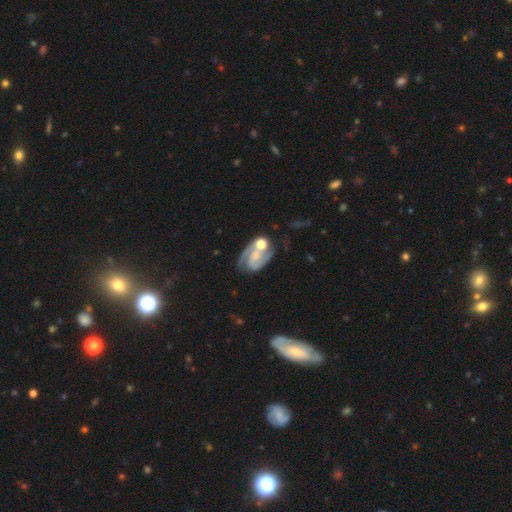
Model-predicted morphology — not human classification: A featured or disk galaxy (80%) with no bar (53%), 2 (79%) medium (47%) spiral arms (94%) and a small central bulge (45%).

Vote fractions:
- Smooth or featured? featured or disk: 80% / smooth: 13% / star or artifact: 7%
- Edge-on disk? no: 97% / yes: 3%
- Bar? no: 53% / weak: 35% / strong: 12%
- Spiral arms? yes: 94% / no: 6%
- Spiral winding? medium: 47% / tight: 37% / loose: 16%
- Spiral arm count? 2: 79% / 1: 10% / can't tell: 6% / 3: 2% / 4: 1% / more than 4: 1%
- Bulge size? small: 45% / moderate: 26% / none: 22% / large: 5% / dominant: 2%
- Merging? none: 48% / merger: 21% / minor disturbance: 19% / major disturbance: 13%